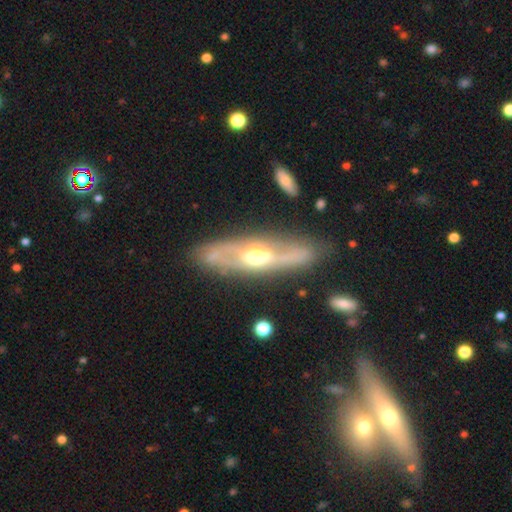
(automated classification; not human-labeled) This is likely a featured or disk galaxy (73%). It is possibly not viewed edge-on (59%). Merging: likely none (78%).